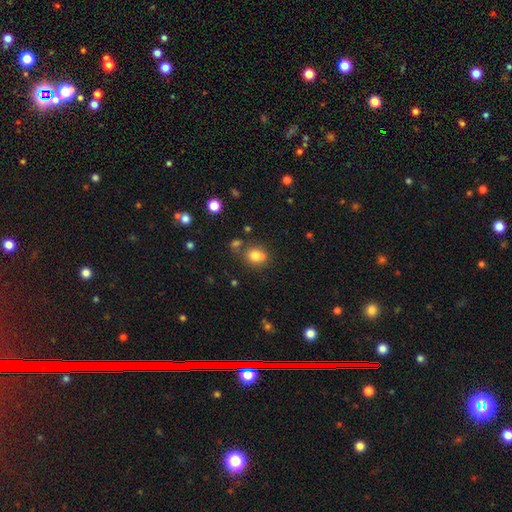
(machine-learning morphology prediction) The model was most divided on "merging": none: 47%, merger: 34%, minor disturbance: 13%, major disturbance: 5%. More confident: smooth or featured — smooth (76%); how rounded — round (67%).